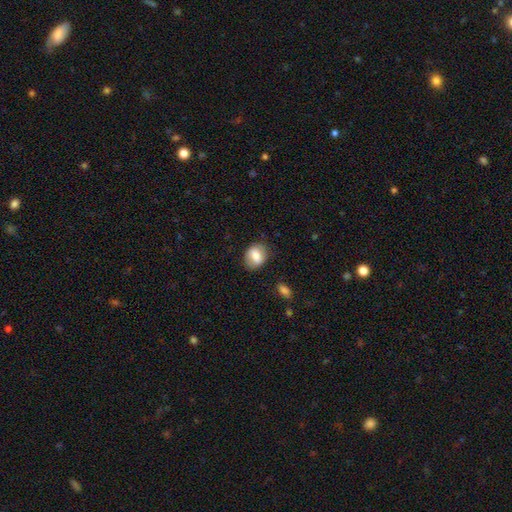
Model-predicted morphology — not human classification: Smooth or featured? smooth (74%)
How rounded? in between (59%)
Merging? none (79%)